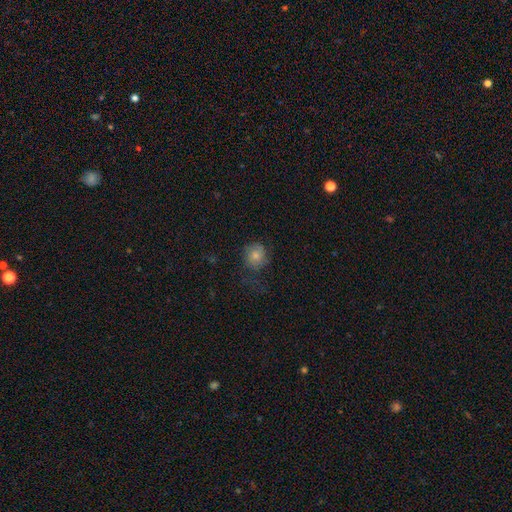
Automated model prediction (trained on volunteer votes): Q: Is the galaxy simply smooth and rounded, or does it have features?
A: smooth — 73%.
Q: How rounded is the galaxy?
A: round — 84%.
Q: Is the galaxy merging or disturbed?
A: none — 56%.